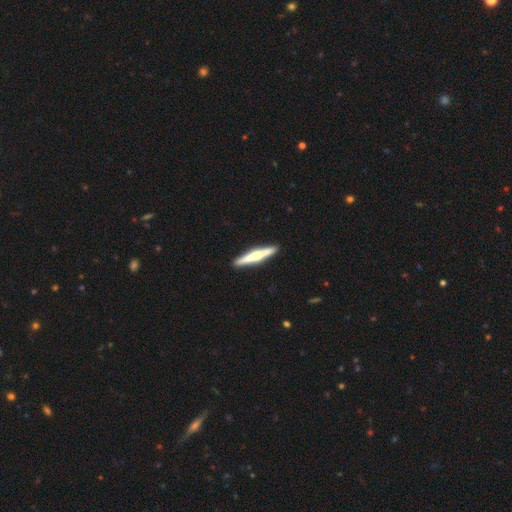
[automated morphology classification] This is likely a featured or disk galaxy (60%). It is clearly viewed edge-on (98%). Edge-on bulge: likely rounded (72%). Merging: clearly none (92%).